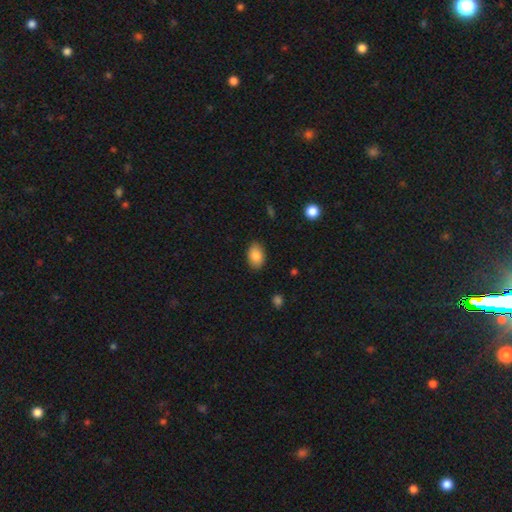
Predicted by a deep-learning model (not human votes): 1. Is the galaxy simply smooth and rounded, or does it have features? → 87% smooth, 7% star or artifact, 6% featured or disk.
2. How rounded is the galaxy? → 87% in between, 11% round, 1% cigar-shaped.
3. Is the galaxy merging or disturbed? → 86% none, 10% minor disturbance, 2% major disturbance, 1% merger.